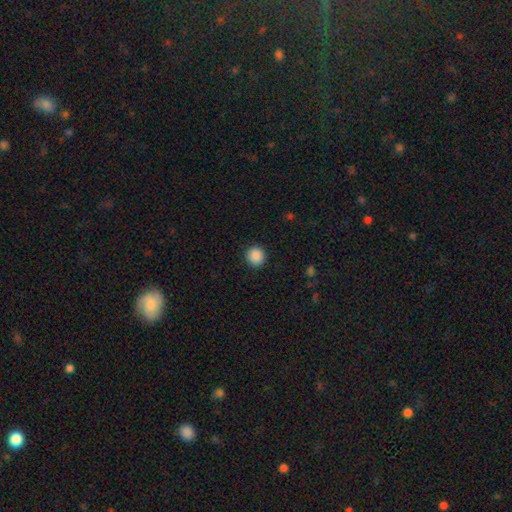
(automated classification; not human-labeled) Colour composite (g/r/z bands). It shows a smooth galaxy with no disk features (89%) that is round (93%). Merging: none (92%).